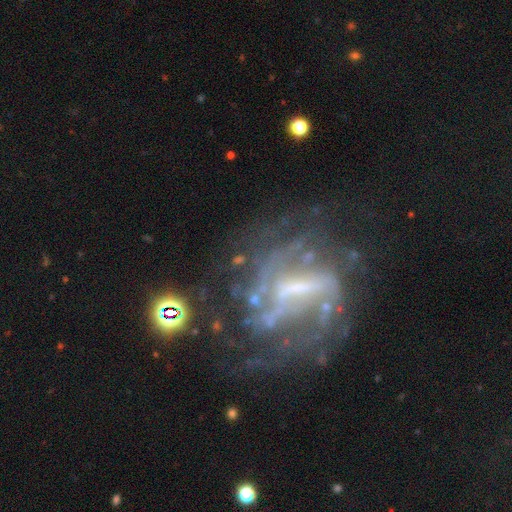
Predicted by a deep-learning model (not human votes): Smooth or featured? featured or disk (82%)
Edge-on disk? no (96%)
Bar? strong (46%)
Spiral arms? yes (81%)
Spiral winding? medium (42%)
Spiral arm count? can't tell (43%)
Bulge size? small (37%)
Merging? none (53%)